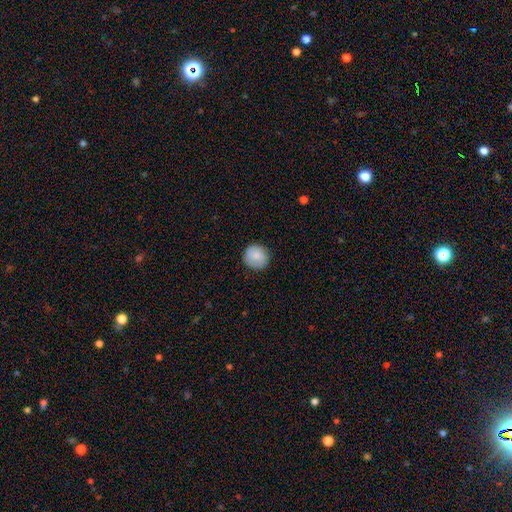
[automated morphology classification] smooth-or-featured: smooth: 82% | featured or disk: 11% | star or artifact: 7%
  how-rounded: round: 89% | in between: 10% | cigar-shaped: 1%
  merging: none: 86% | minor disturbance: 10% | major disturbance: 2% | merger: 1%